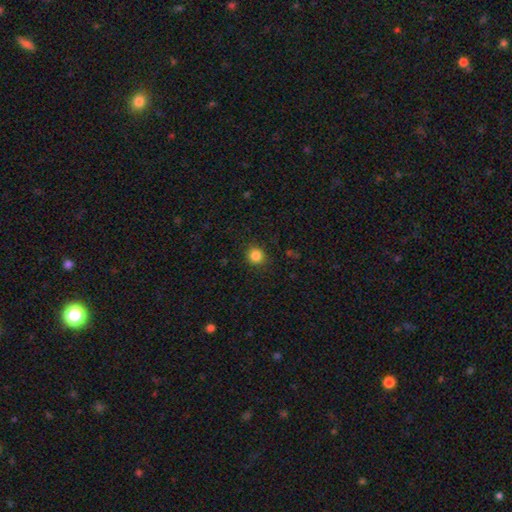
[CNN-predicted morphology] Q: Smooth or featured?
A: smooth (85%); runner-up: star or artifact (12%)
Q: How rounded?
A: round (89%); runner-up: in between (10%)
Q: Merging?
A: none (89%); runner-up: minor disturbance (7%)